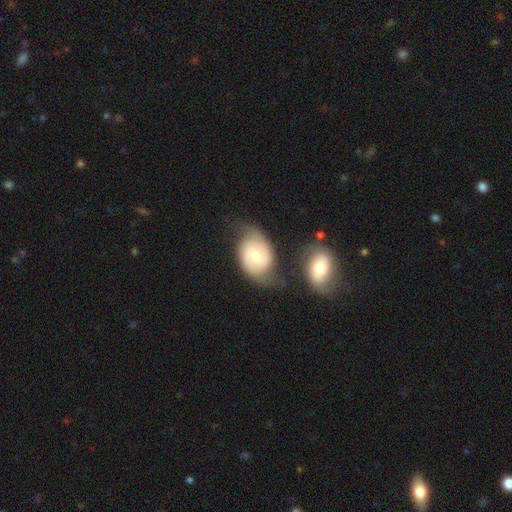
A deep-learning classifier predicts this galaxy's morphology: type=featured or disk (65%); edge-on=no (96%); bar=no (60%); spiral arms=yes (85%); winding=medium (44%); arm count=2 (84%); bulge=moderate (66%); merging=none (48%).